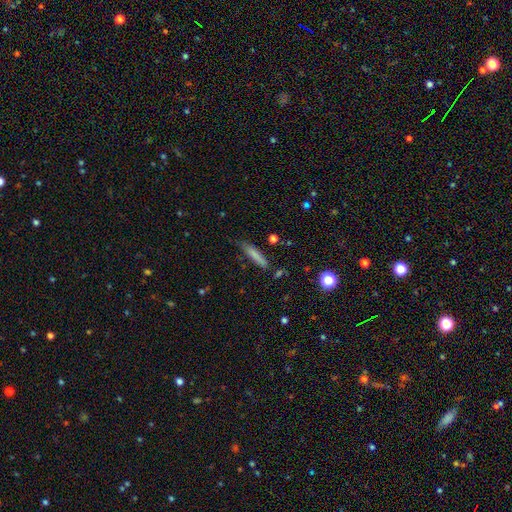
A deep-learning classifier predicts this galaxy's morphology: Smooth or featured: smooth — 77% (featured or disk — 16%)
How rounded: cigar-shaped — 87% (in between — 12%)
Merging: none — 69% (minor disturbance — 23%)